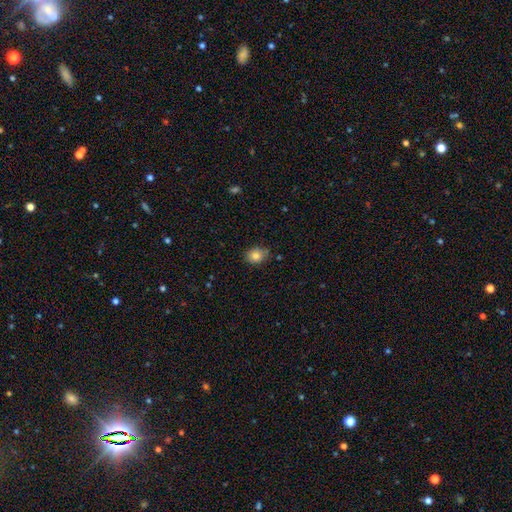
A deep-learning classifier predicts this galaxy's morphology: Smooth or featured: smooth — 82% (star or artifact — 9%)
How rounded: round — 51% (in between — 48%)
Merging: none — 77% (minor disturbance — 18%)